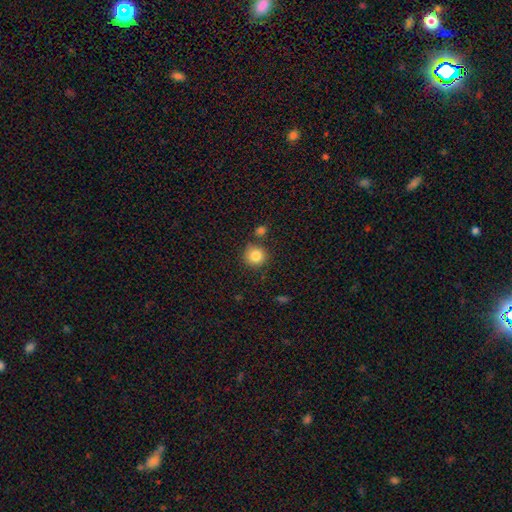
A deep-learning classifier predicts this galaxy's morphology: smooth 83%, star or artifact 10%, featured or disk 7%. Down the decision tree: how rounded — round (92%); merging — none (79%).